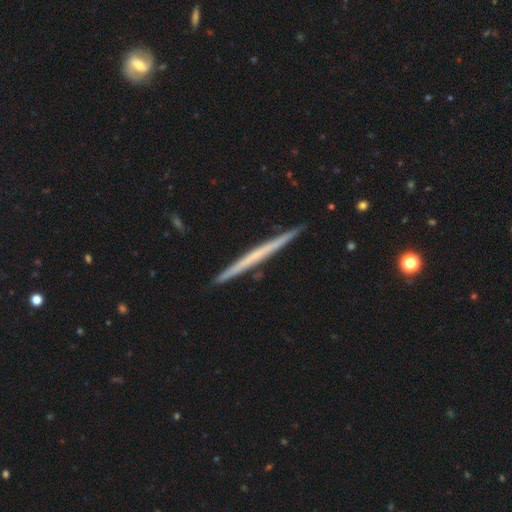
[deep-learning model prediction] A featured or disk galaxy (60%) viewed edge-on (98%) with no central bulge (87%).

Vote fractions:
- Smooth or featured? featured or disk: 60% / smooth: 35% / star or artifact: 5%
- Edge-on disk? yes: 98% / no: 2%
- Edge-on bulge? none: 87% / rounded: 9% / boxy: 3%
- Merging? none: 91% / minor disturbance: 6% / merger: 1% / major disturbance: 1%